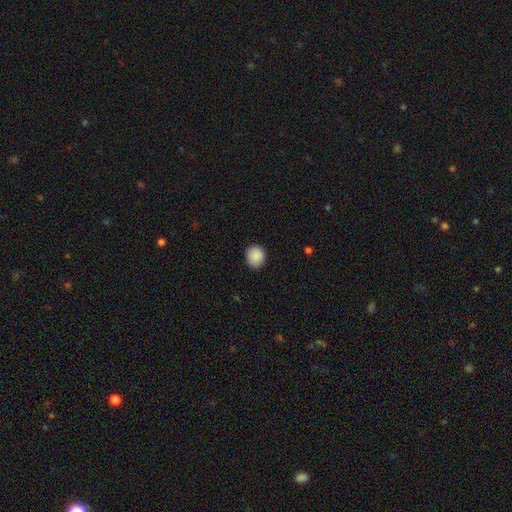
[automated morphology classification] Overall: smooth (89%). How rounded: round (77%). Merging: none (87%).